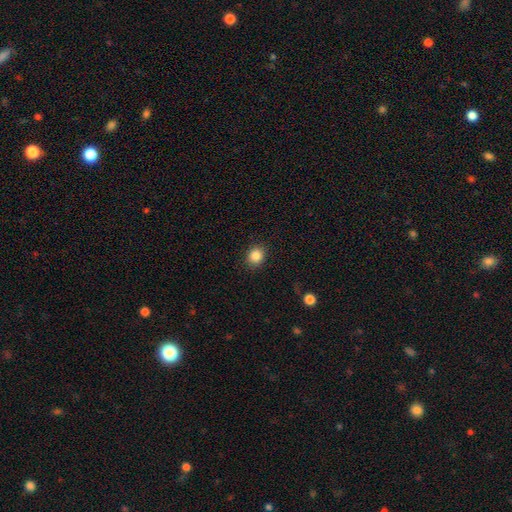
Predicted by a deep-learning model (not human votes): smooth_or_featured: smooth (p=0.85) [alt: star or artifact p=0.10]
how_rounded: round (p=0.75) [alt: in between p=0.24]
merging: none (p=0.89) [alt: minor disturbance p=0.07]